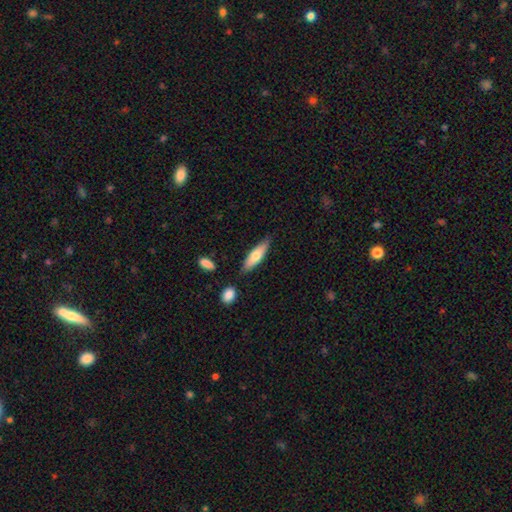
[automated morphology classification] Q: Smooth or featured?
A: smooth (65%); runner-up: featured or disk (30%)
Q: How rounded?
A: cigar-shaped (59%); runner-up: in between (39%)
Q: Merging?
A: none (79%); runner-up: minor disturbance (13%)